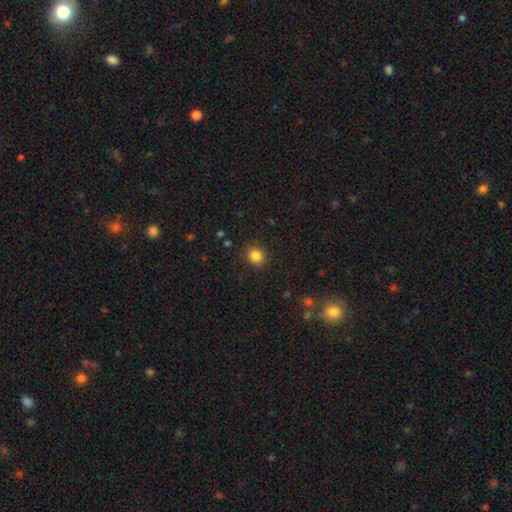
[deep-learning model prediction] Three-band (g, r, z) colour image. It shows a smooth galaxy with no disk features (84%) that is round (77%). Merging: none (88%).